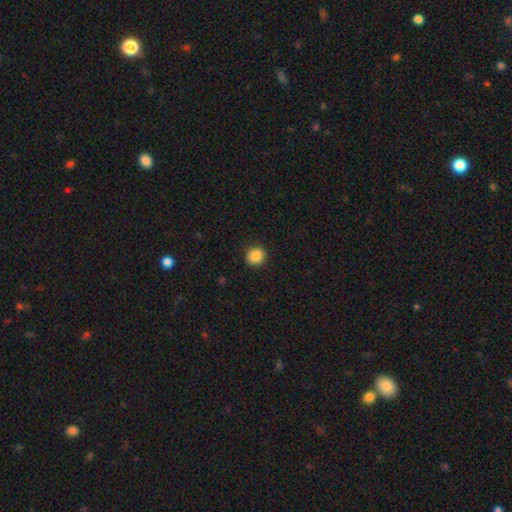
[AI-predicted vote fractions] Q: Smooth or featured?
A: smooth (87%); runner-up: star or artifact (10%)
Q: How rounded?
A: round (91%); runner-up: in between (8%)
Q: Merging?
A: none (90%); runner-up: minor disturbance (7%)